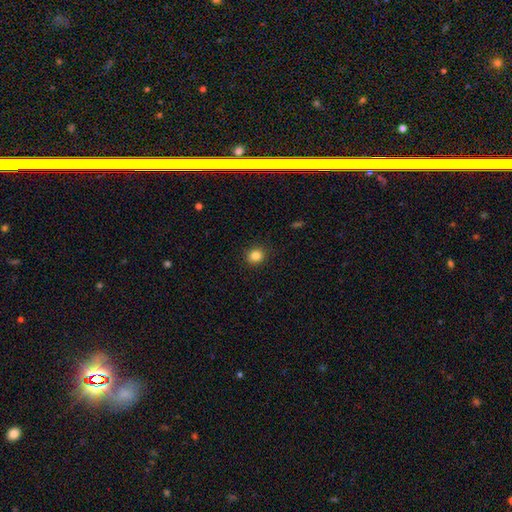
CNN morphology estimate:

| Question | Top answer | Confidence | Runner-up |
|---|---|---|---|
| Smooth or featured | smooth | 84% | star or artifact (11%) |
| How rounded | round | 84% | in between (15%) |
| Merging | none | 90% | minor disturbance (7%) |